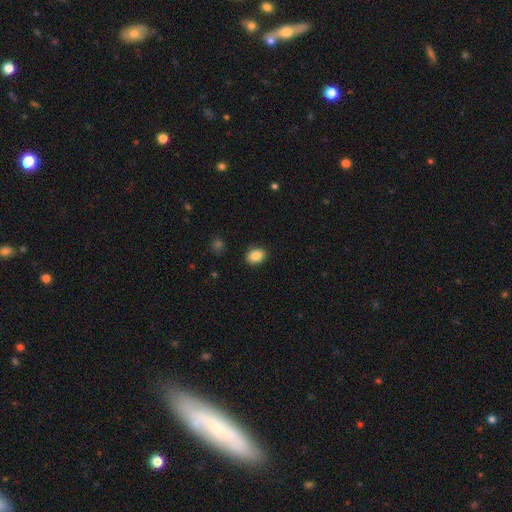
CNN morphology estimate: Smooth or featured? Predicted: smooth (p=0.88). How rounded? Predicted: in between (p=0.68). Merging? Predicted: none (p=0.87).